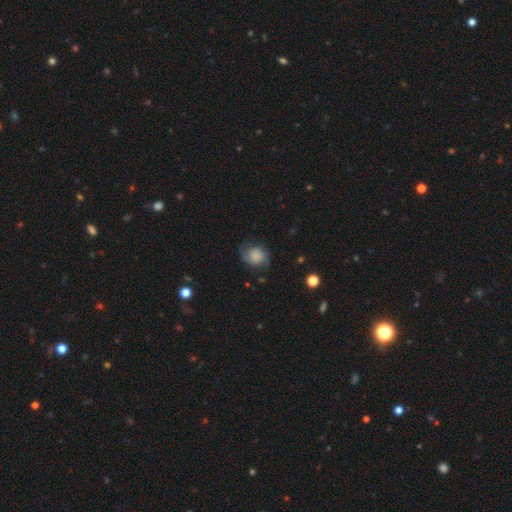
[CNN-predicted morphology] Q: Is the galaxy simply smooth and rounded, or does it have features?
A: smooth — 58%.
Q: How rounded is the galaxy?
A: round — 57%.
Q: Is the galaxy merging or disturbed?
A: none — 59%.